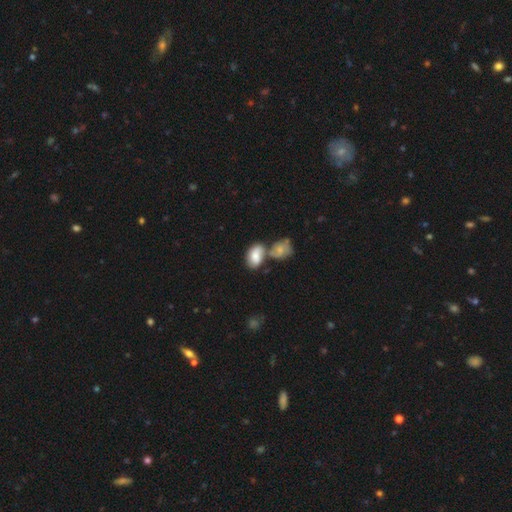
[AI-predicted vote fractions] Overall: smooth (77%). How rounded: in between (88%). Merging: merger (49%; none 32%).